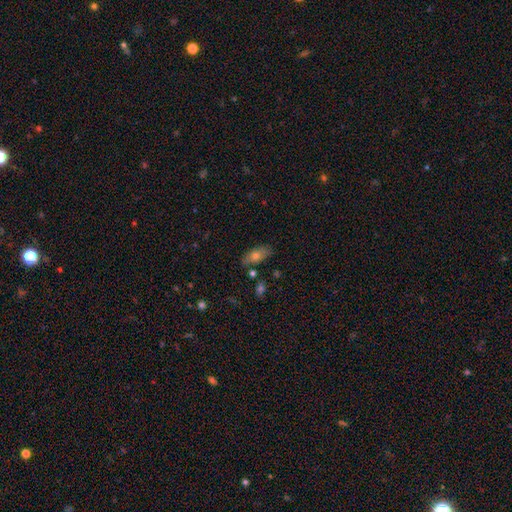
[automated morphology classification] Smooth or featured?
  - smooth: 65% *
  - featured or disk: 25%
  - star or artifact: 10%
How rounded?
  - in between: 79% *
  - cigar-shaped: 16%
  - round: 4%
Merging?
  - none: 79% *
  - minor disturbance: 14%
  - merger: 4%
  - major disturbance: 3%